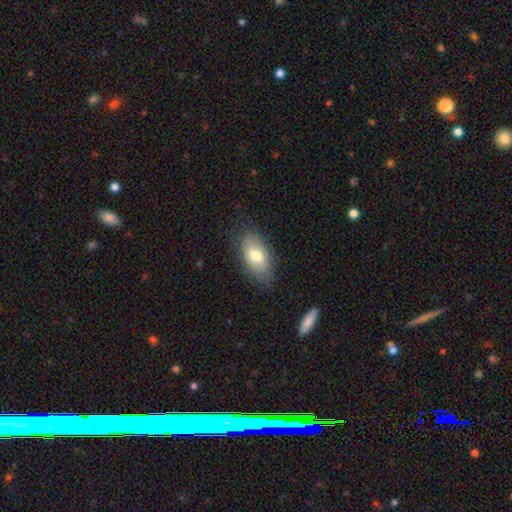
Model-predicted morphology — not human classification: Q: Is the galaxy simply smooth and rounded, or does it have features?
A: smooth — 69%.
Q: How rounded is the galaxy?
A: in between — 91%.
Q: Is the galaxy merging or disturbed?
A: none — 76%.